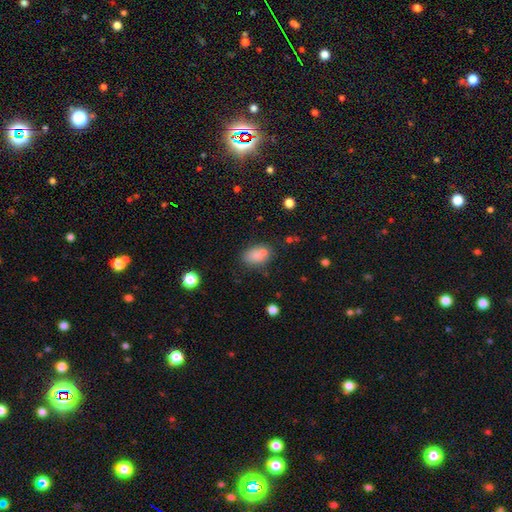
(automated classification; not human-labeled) This is likely a smooth galaxy (72%). How rounded: likely in between (77%). Merging: possibly none (53%).